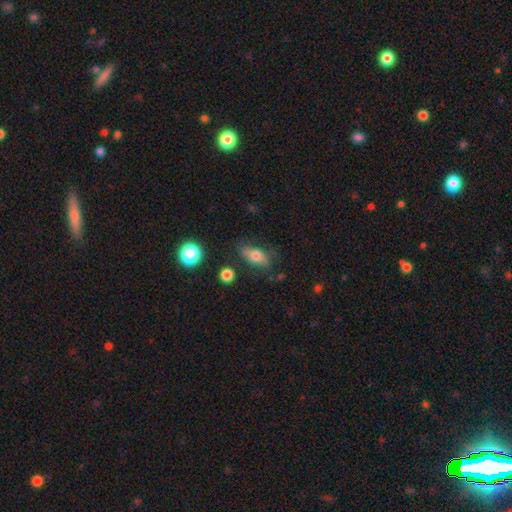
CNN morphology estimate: A smooth galaxy with no disk features (68%) that is in between round and cigar-shaped (81%). Merging: none (66%).